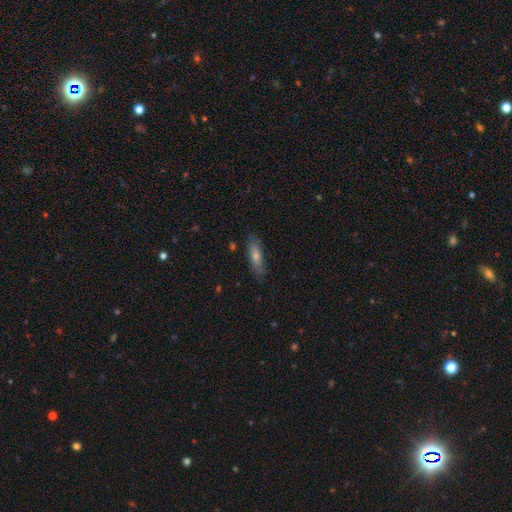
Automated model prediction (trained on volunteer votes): Overall: smooth (54%; featured or disk 36%). How rounded: cigar-shaped (60%; in between 38%). Merging: none (80%).